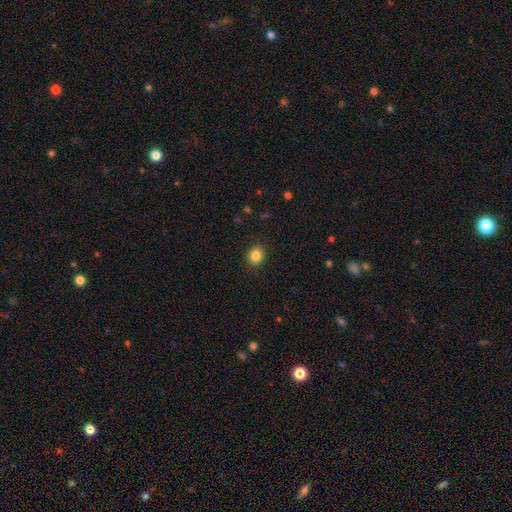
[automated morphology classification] smooth-or-featured: smooth: 85% | star or artifact: 11% | featured or disk: 5%
  how-rounded: round: 67% | in between: 32% | cigar-shaped: 1%
  merging: none: 91% | minor disturbance: 6% | major disturbance: 2% | merger: 1%